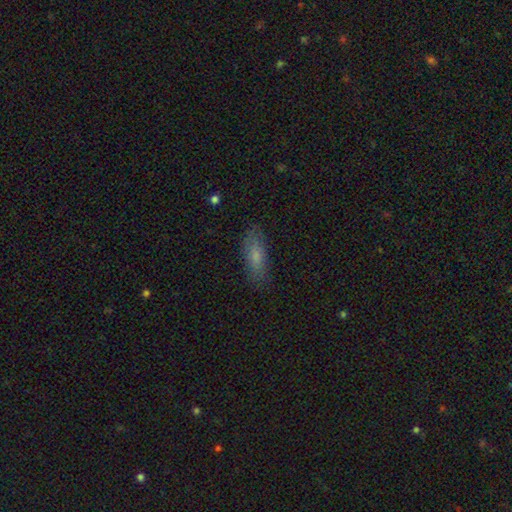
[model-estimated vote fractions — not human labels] smooth-or-featured: smooth: 76% | featured or disk: 16% | star or artifact: 8%
  how-rounded: in between: 64% | cigar-shaped: 34% | round: 2%
  merging: none: 82% | minor disturbance: 13% | major disturbance: 3% | merger: 1%